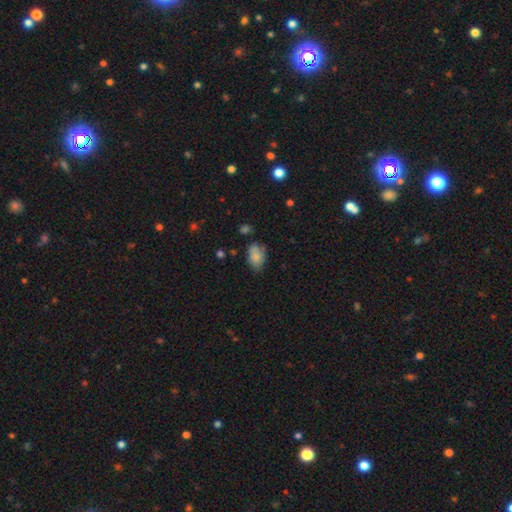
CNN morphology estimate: type=smooth (78%); roundness=in between (86%); merging=none (57%).